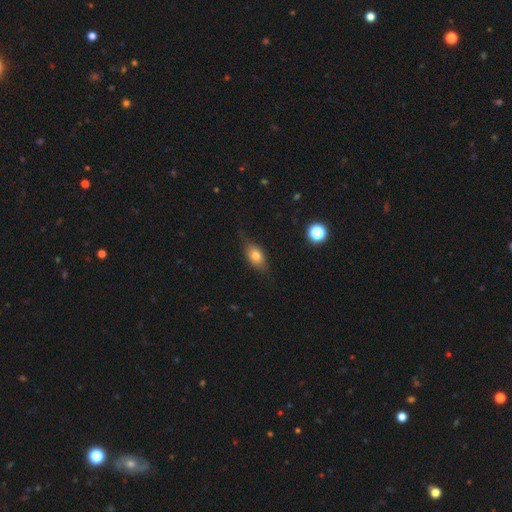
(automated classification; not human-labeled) A smooth galaxy with no disk features (73%) that is in between round and cigar-shaped (81%). Merging: none (70%).